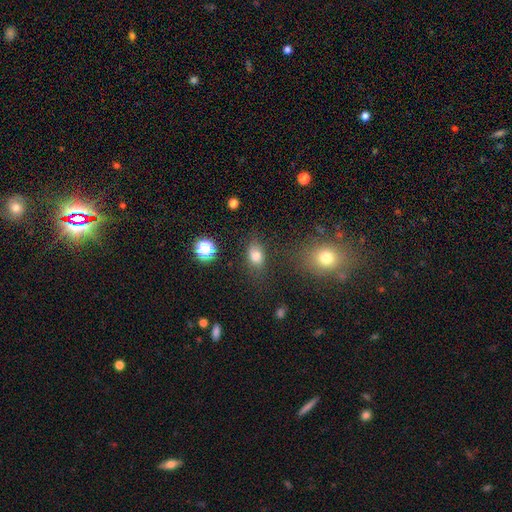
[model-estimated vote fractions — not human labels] Q: Smooth or featured?
A: smooth (78%); runner-up: star or artifact (13%)
Q: How rounded?
A: in between (78%); runner-up: round (20%)
Q: Merging?
A: none (71%); runner-up: minor disturbance (18%)